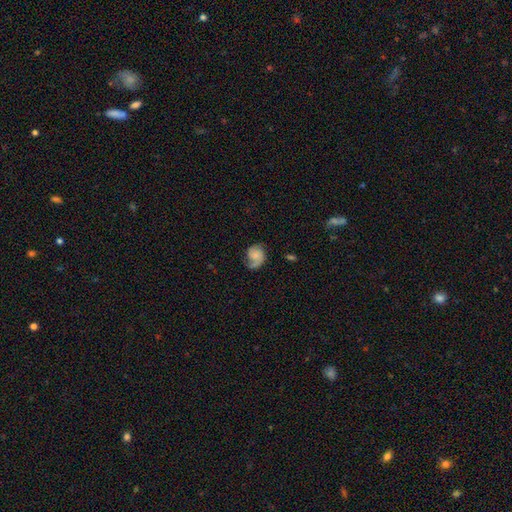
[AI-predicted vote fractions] smooth-or-featured: featured or disk: 58% | smooth: 34% | star or artifact: 8%
  disk-edge-on: no: 98% | yes: 2%
    bar: no: 72% | weak: 25% | strong: 4%
    has-spiral-arms: yes: 92% | no: 8%
      spiral-winding: medium: 42% | tight: 33% | loose: 26%
      spiral-arm-count: 2: 53% | 1: 36% | can't tell: 7% | 3: 2% | 4: 1% | more than 4: 1%
    bulge-size: small: 46% | none: 24% | moderate: 23% | large: 5% | dominant: 2%
  merging: none: 56% | minor disturbance: 26% | major disturbance: 16% | merger: 2%